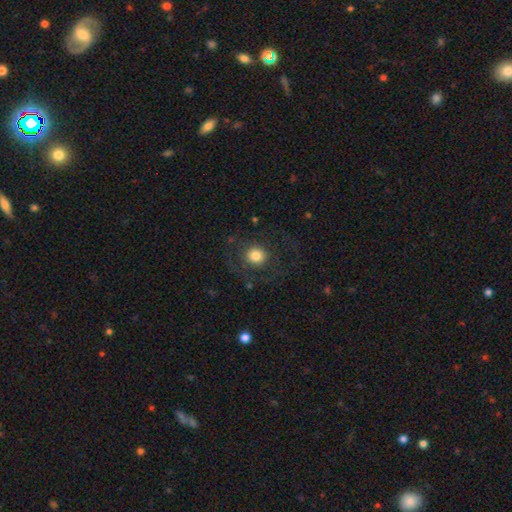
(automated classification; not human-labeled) The model was most divided on "smooth or featured": smooth: 68%, featured or disk: 22%, star or artifact: 10%. More confident: how rounded — round (85%); merging — none (67%).